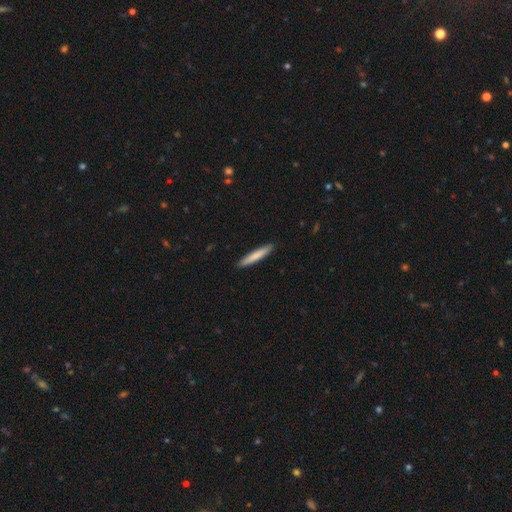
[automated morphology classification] A smooth galaxy with no disk features (77%) that is cigar-shaped (94%). Merging: none (92%).